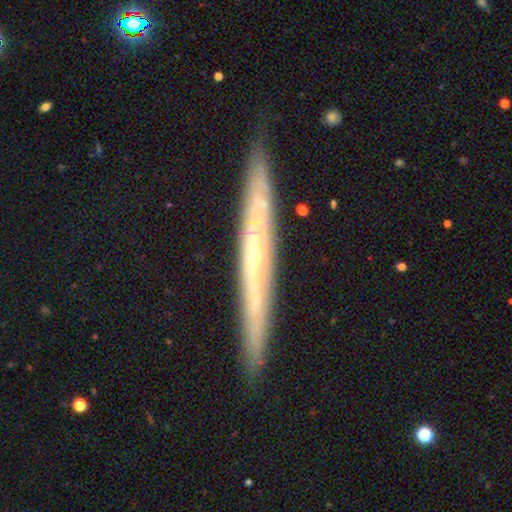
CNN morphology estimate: This is likely a featured or disk galaxy (75%). It is clearly viewed edge-on (91%). Edge-on bulge: possibly none (55%). Merging: clearly none (88%).